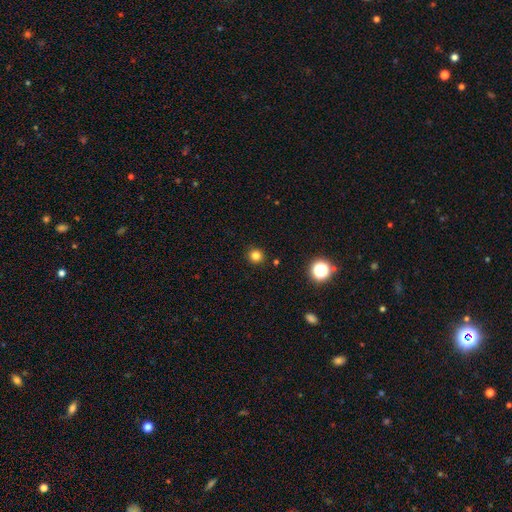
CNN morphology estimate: smooth 80%, star or artifact 15%, featured or disk 5%. Down the decision tree: how rounded — round (94%); merging — none (91%).